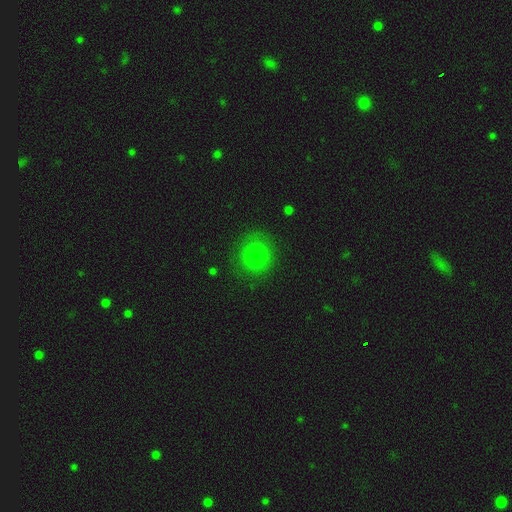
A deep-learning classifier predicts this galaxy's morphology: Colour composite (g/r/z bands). It shows a smooth galaxy with no disk features (80%) that is round (89%). Merging: none (83%).